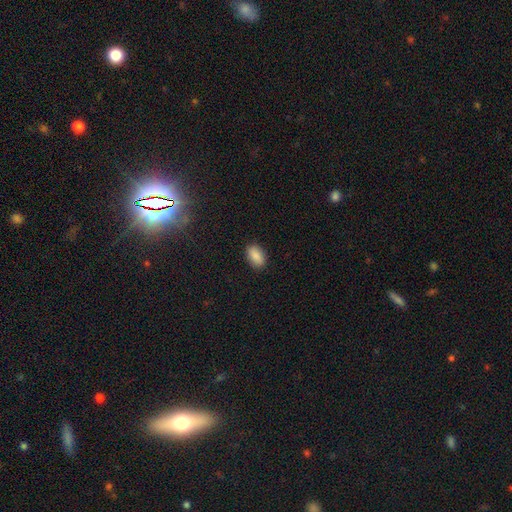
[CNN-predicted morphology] This appears to be a smooth galaxy with no disk features (88%) that is in between round and cigar-shaped (92%). Merging: none (89%).